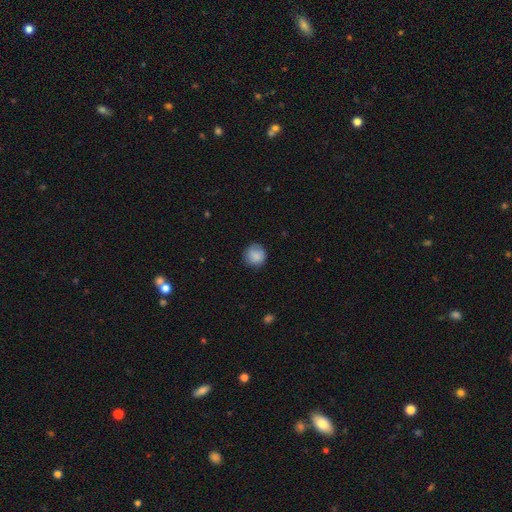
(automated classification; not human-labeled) This is clearly a smooth galaxy (85%). How rounded: clearly round (91%). Merging: clearly none (80%).